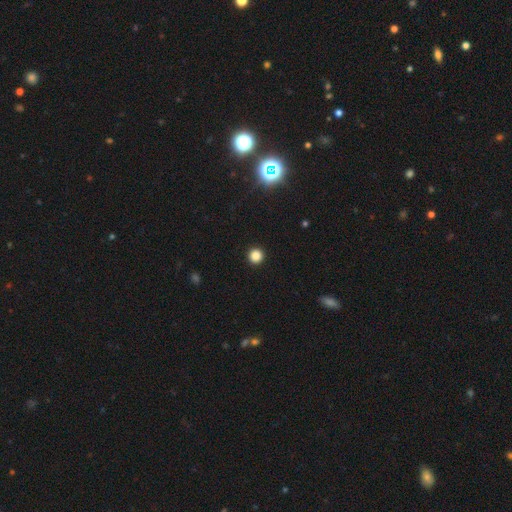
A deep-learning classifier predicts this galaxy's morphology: type=smooth (85%); roundness=round (96%); merging=none (94%).